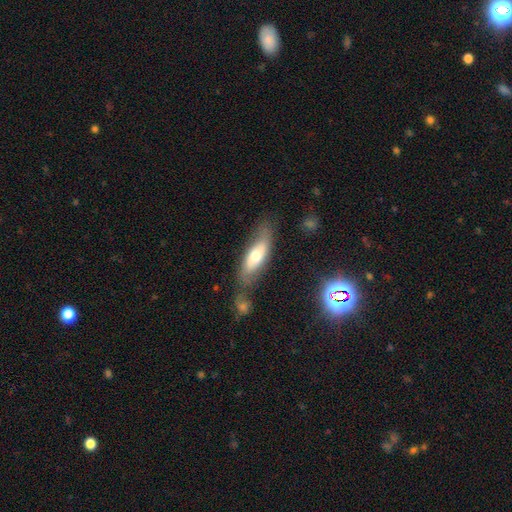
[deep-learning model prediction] A smooth galaxy with no disk features (54%) that is in between round and cigar-shaped (59%). Merging: none (60%).